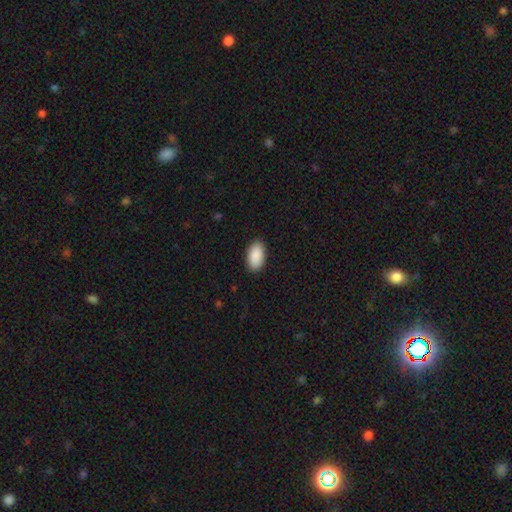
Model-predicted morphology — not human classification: Smooth or featured?
  - smooth: 90% *
  - star or artifact: 6%
  - featured or disk: 4%
How rounded?
  - in between: 95% *
  - round: 3%
  - cigar-shaped: 2%
Merging?
  - none: 89% *
  - minor disturbance: 8%
  - major disturbance: 2%
  - merger: 1%